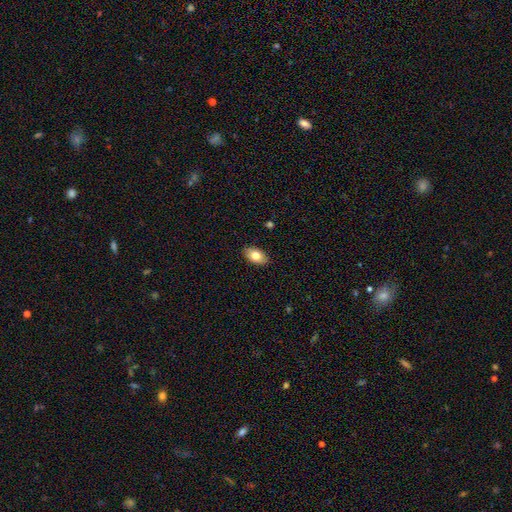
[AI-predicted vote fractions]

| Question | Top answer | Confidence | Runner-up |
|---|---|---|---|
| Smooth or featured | smooth | 79% | featured or disk (14%) |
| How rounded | in between | 92% | round (6%) |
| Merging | none | 88% | minor disturbance (9%) |